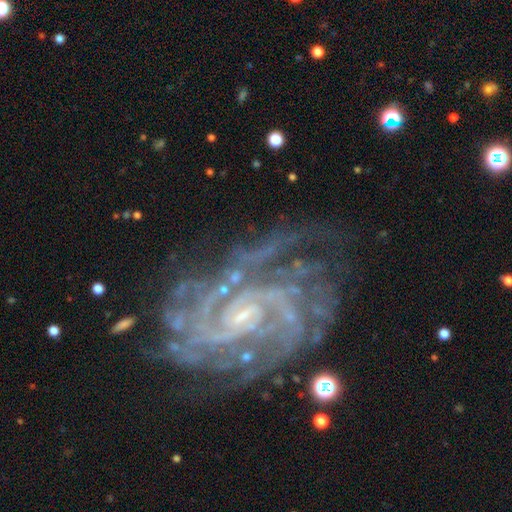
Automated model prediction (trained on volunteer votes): This is clearly a featured or disk galaxy (91%). It is clearly not viewed edge-on (97%). Bar: possibly no (50%). Spiral arm pattern: clearly yes (98%). Spiral arm count: marginally 2 (21%). Spiral winding: likely tight (67%). Central bulge: likely small (79%). Merging: likely none (71%).